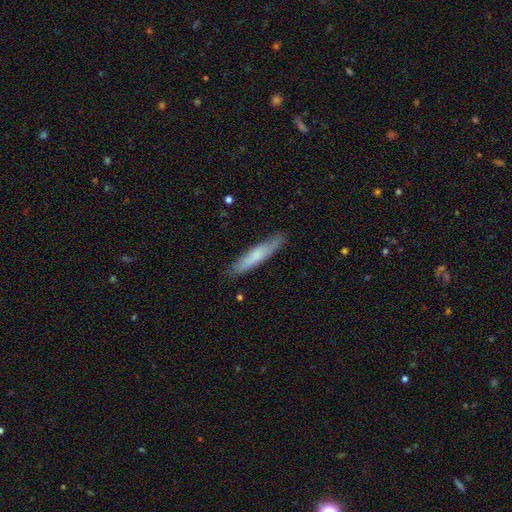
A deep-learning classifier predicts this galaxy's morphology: Overall: smooth (69%). How rounded: cigar-shaped (88%). Merging: none (82%).